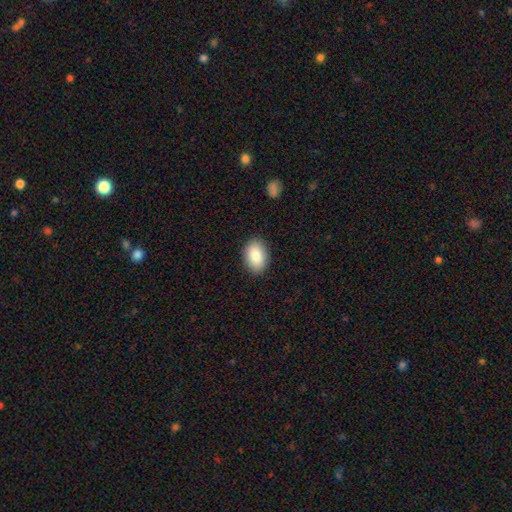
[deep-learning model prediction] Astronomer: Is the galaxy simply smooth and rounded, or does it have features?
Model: smooth — 85%.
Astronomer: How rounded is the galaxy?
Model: in between — 88%.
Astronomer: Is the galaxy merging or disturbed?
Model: none — 89%.